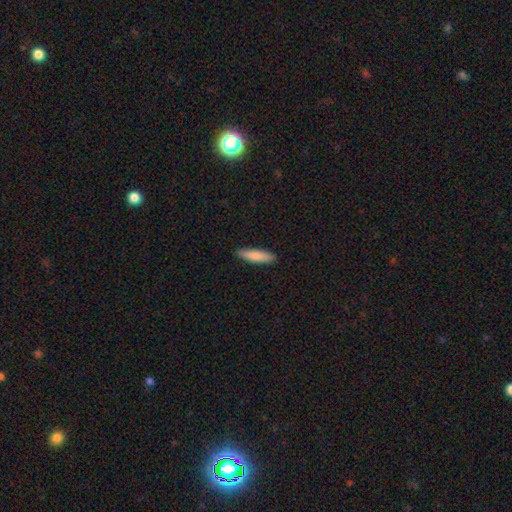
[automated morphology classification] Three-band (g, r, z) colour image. It shows a smooth galaxy with no disk features (83%) that is cigar-shaped (74%). Merging: none (91%).